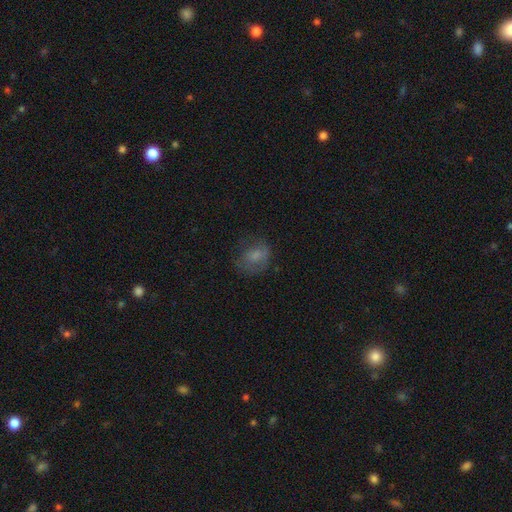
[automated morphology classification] Overall: smooth (66%). How rounded: in between (51%; round 48%). Merging: none (55%; minor disturbance 24%).